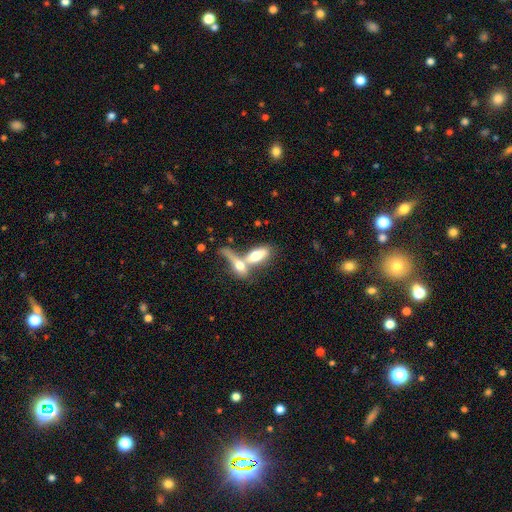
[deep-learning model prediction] Q: Smooth or featured?
A: smooth (62%); runner-up: featured or disk (31%)
Q: How rounded?
A: in between (69%); runner-up: cigar-shaped (26%)
Q: Merging?
A: merger (71%); runner-up: none (16%)